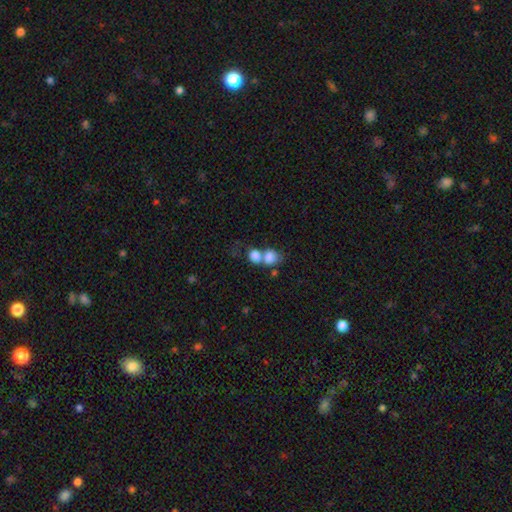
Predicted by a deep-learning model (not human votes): This is clearly a smooth galaxy (81%). How rounded: likely round (64%). Merging: likely merger (62%).